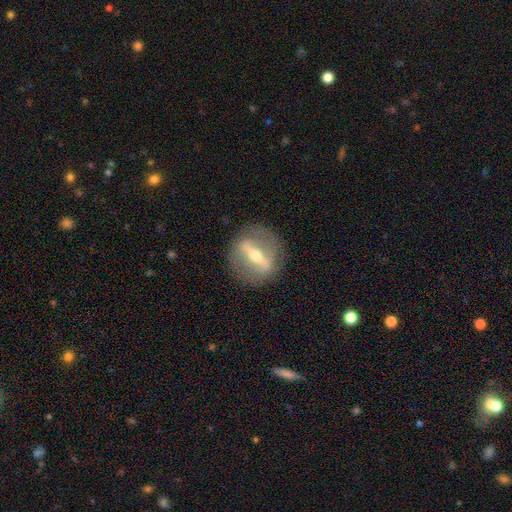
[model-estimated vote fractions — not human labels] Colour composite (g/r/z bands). It shows a featured or disk galaxy (75%). Merging: none (85%).